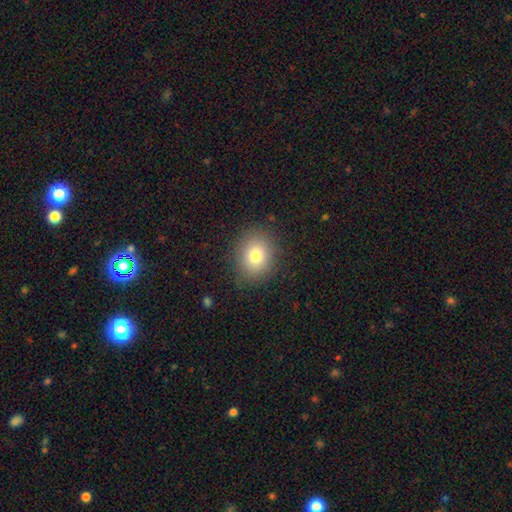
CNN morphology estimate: This appears to be a smooth galaxy with no disk features (77%) that is round (68%). Merging: none (86%).